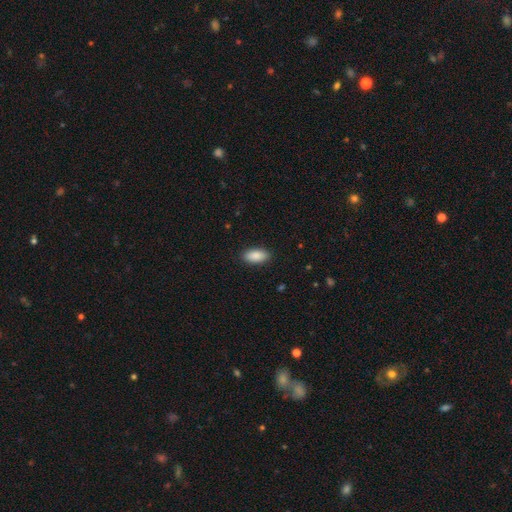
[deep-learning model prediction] smooth-or-featured: smooth: 90% | star or artifact: 6% | featured or disk: 4%
  how-rounded: in between: 92% | cigar-shaped: 5% | round: 2%
  merging: none: 89% | minor disturbance: 8% | major disturbance: 2% | merger: 1%